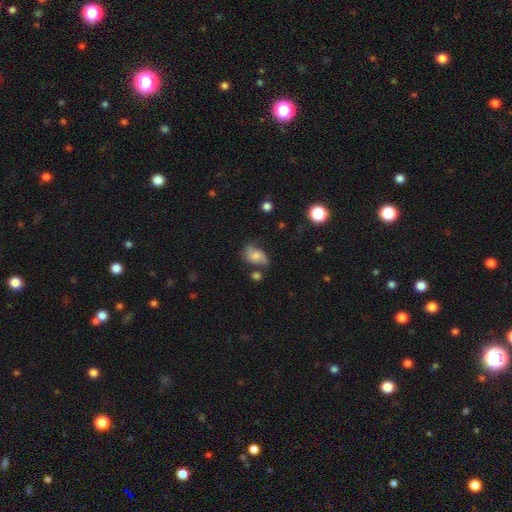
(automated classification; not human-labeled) smooth 59%, featured or disk 31%, star or artifact 10%. Down the decision tree: how rounded — in between (84%); merging — none (45%).